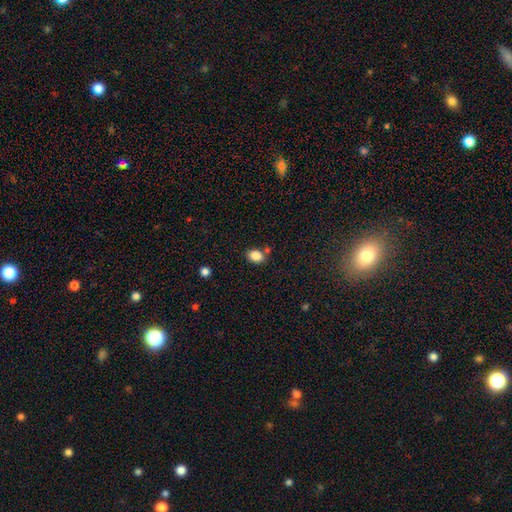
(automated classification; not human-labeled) Overall: smooth (86%). How rounded: in between (66%; round 33%). Merging: none (73%).